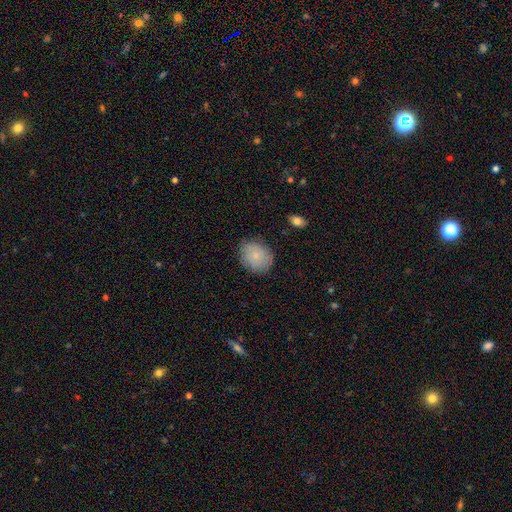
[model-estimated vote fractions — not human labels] Q: Smooth or featured?
A: smooth (78%); runner-up: featured or disk (14%)
Q: How rounded?
A: round (57%); runner-up: in between (42%)
Q: Merging?
A: none (81%); runner-up: minor disturbance (15%)